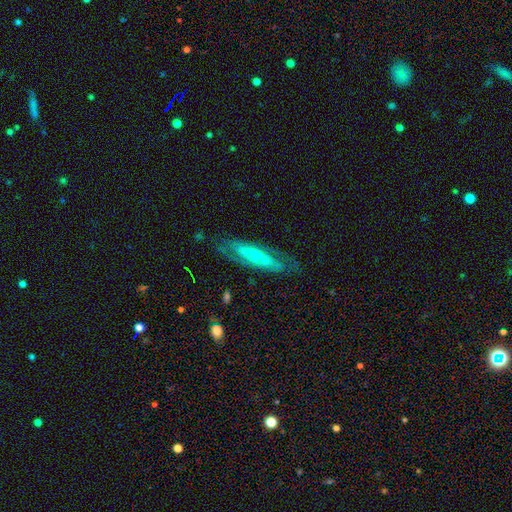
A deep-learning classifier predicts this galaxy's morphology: This is likely a featured or disk galaxy (63%). It is likely not viewed edge-on (65%). Merging: likely none (73%).